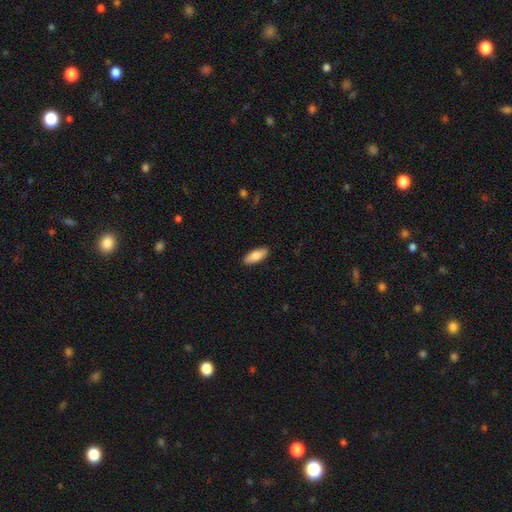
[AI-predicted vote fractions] smooth_or_featured: smooth (p=0.82) [alt: featured or disk p=0.12]
how_rounded: in between (p=0.76) [alt: cigar-shaped p=0.22]
merging: none (p=0.90) [alt: minor disturbance p=0.08]